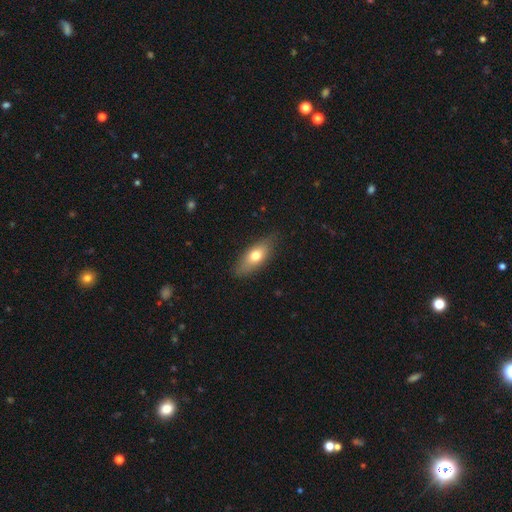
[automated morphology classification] smooth-or-featured: smooth: 67% | featured or disk: 26% | star or artifact: 7%
  how-rounded: in between: 73% | cigar-shaped: 23% | round: 4%
  merging: none: 81% | minor disturbance: 15% | major disturbance: 3% | merger: 1%